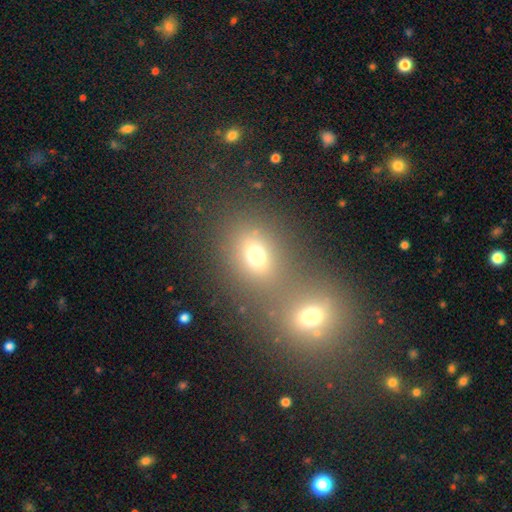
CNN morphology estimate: smooth-or-featured: smooth: 69% | star or artifact: 18% | featured or disk: 12%
  how-rounded: in between: 51% | round: 47% | cigar-shaped: 2%
  merging: none: 49% | merger: 38% | minor disturbance: 8% | major disturbance: 5%